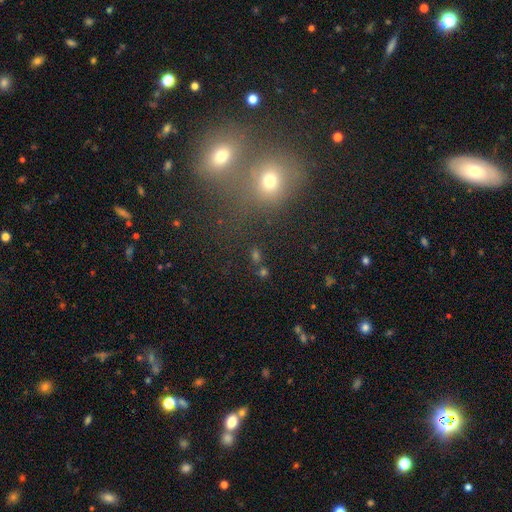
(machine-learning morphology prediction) A smooth galaxy with no disk features (54%) that is round (65%).

Vote fractions:
- Smooth or featured? smooth: 54% / star or artifact: 34% / featured or disk: 12%
- How rounded? round: 65% / in between: 31% / cigar-shaped: 3%
- Merging? none: 65% / merger: 18% / minor disturbance: 10% / major disturbance: 6%